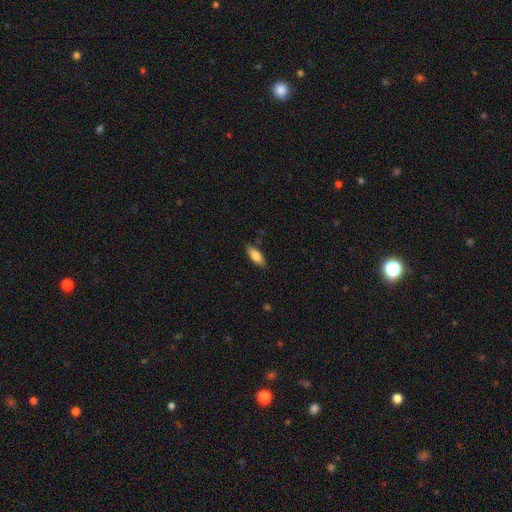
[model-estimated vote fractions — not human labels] A smooth galaxy with no disk features (80%) that is in between round and cigar-shaped (71%).

Vote fractions:
- Smooth or featured? smooth: 80% / featured or disk: 13% / star or artifact: 6%
- How rounded? in between: 71% / cigar-shaped: 27% / round: 2%
- Merging? none: 84% / minor disturbance: 13% / major disturbance: 2% / merger: 1%